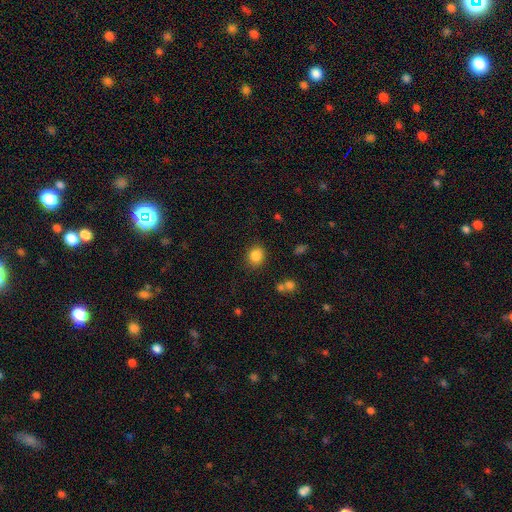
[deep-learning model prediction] This is clearly a smooth galaxy (85%). How rounded: likely round (69%). Merging: clearly none (84%).